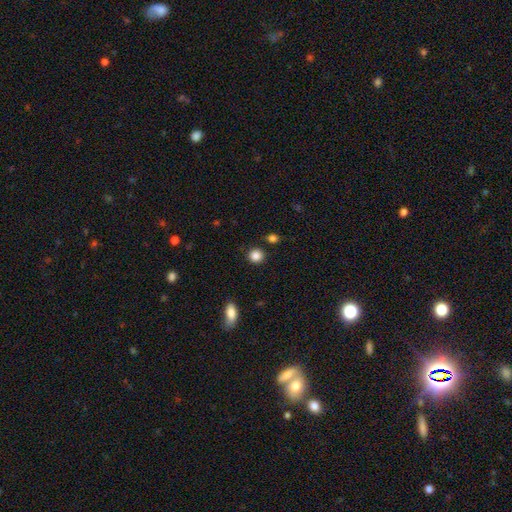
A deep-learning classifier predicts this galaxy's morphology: Smooth or featured: smooth — 86% (star or artifact — 10%)
How rounded: round — 89% (in between — 10%)
Merging: none — 87% (minor disturbance — 7%)